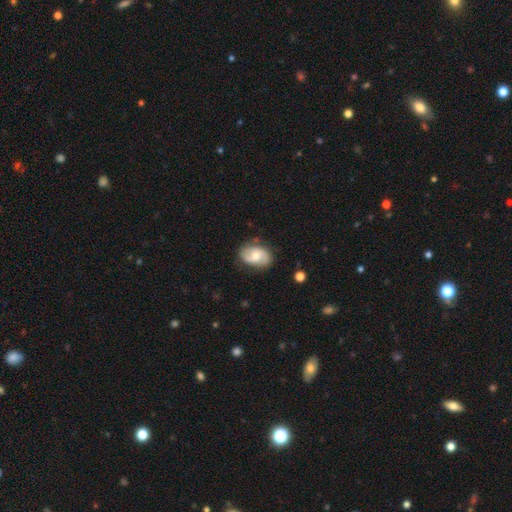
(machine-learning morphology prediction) type=featured or disk (58%); edge-on=no (97%); bar=no (59%); spiral arms=yes (86%); bulge=moderate (62%); merging=none (75%).